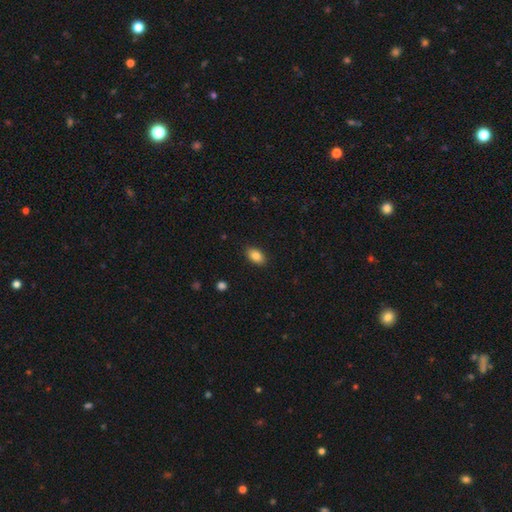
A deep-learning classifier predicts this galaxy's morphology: A smooth galaxy with no disk features (87%) that is in between round and cigar-shaped (90%). Merging: none (88%).